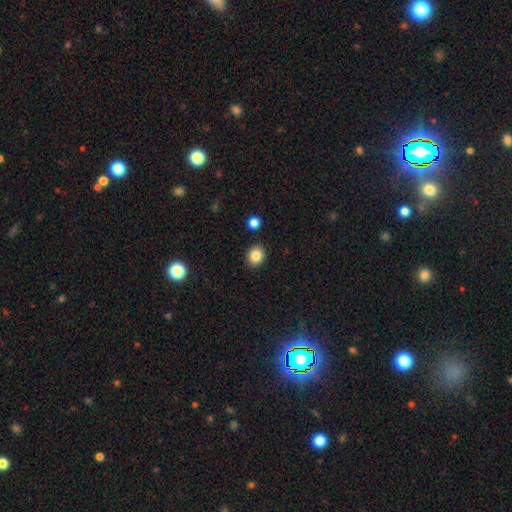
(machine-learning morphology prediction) Overall: smooth (85%). How rounded: round (68%; in between 31%). Merging: none (89%).